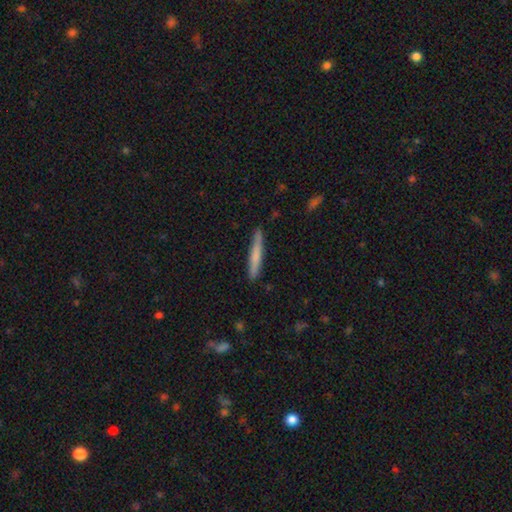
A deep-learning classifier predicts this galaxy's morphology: This appears to be a smooth galaxy with no disk features (68%) that is cigar-shaped (95%). Merging: none (88%).